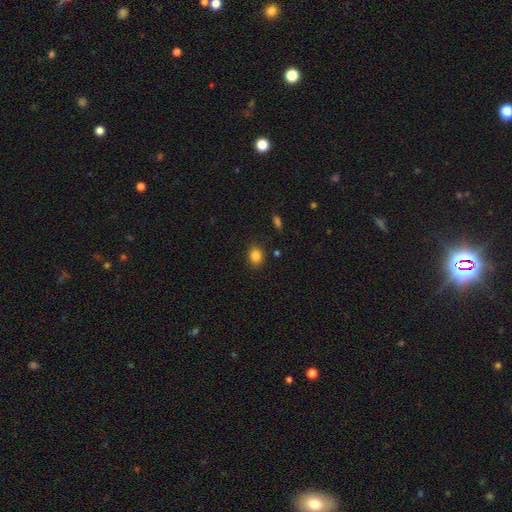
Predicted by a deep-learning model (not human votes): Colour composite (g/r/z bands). It shows a smooth galaxy with no disk features (84%) that is in between round and cigar-shaped (53%). Merging: none (86%).